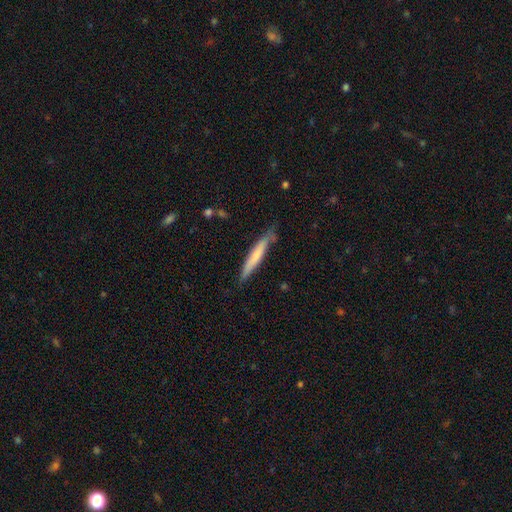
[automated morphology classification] smooth-or-featured: smooth: 61% | featured or disk: 33% | star or artifact: 5%
  how-rounded: cigar-shaped: 94% | in between: 5% | round: 1%
  merging: none: 77% | minor disturbance: 18% | major disturbance: 3% | merger: 2%